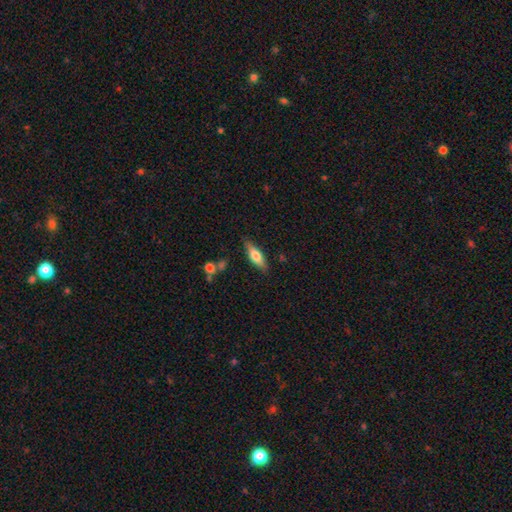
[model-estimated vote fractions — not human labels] Smooth or featured? smooth (63%)
How rounded? in between (50%)
Merging? none (83%)